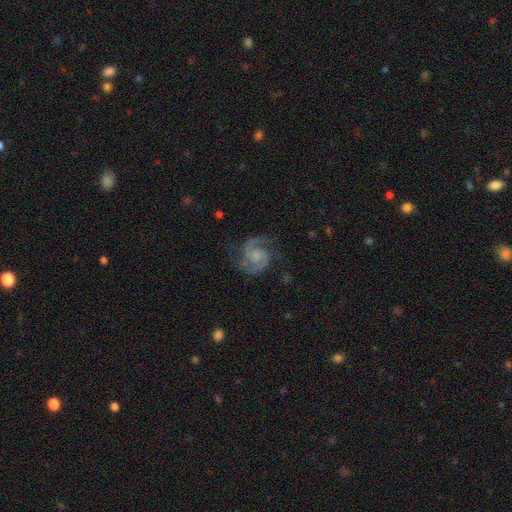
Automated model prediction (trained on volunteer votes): Smooth or featured: featured or disk — 89% (smooth — 6%)
Edge-on disk: no — 98% (yes — 2%)
Bar: no — 58% (weak — 36%)
Spiral arms: yes — 98% (no — 2%)
Spiral winding: medium — 57% (tight — 29%)
Spiral arm count: 2 — 92% (can't tell — 2%)
Bulge size: small — 34% (none — 33%)
Merging: none — 75% (minor disturbance — 16%)